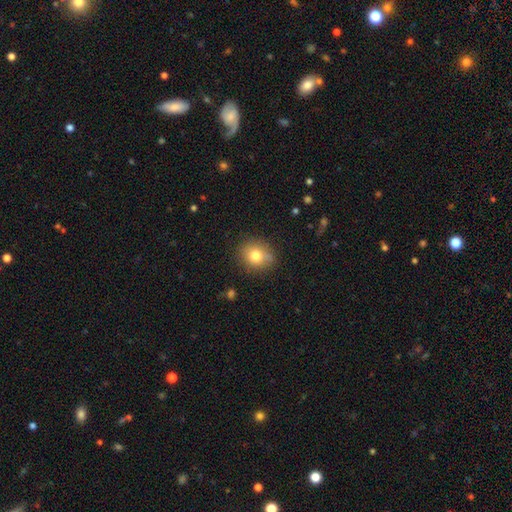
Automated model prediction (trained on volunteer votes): A smooth galaxy with no disk features (79%) that is round (75%).

Vote fractions:
- Smooth or featured? smooth: 79% / star or artifact: 11% / featured or disk: 10%
- How rounded? round: 75% / in between: 24% / cigar-shaped: 1%
- Merging? none: 79% / minor disturbance: 15% / major disturbance: 3% / merger: 3%